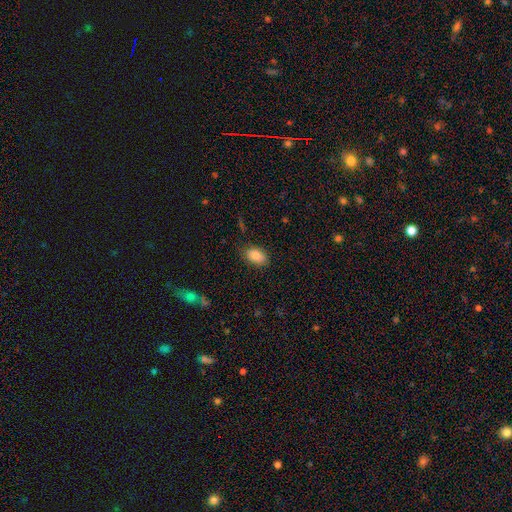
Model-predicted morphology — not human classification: type=smooth (85%); roundness=in between (90%); merging=none (82%).